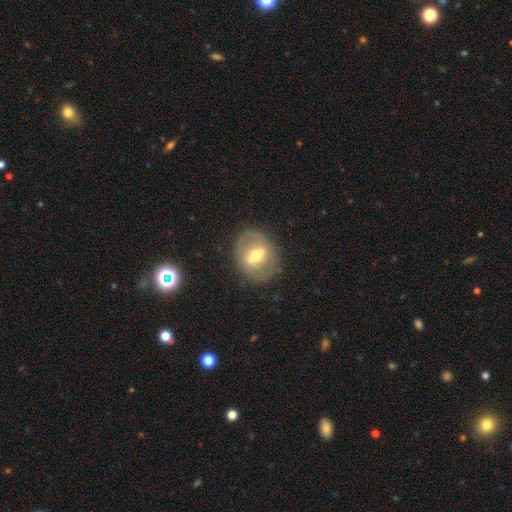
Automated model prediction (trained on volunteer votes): Smooth or featured?
  - featured or disk: 55% *
  - smooth: 38%
  - star or artifact: 8%
Edge-on disk?
  - no: 92% *
  - yes: 8%
Bar?
  - weak: 43% *
  - strong: 36%
  - no: 21%
Spiral arms?
  - no: 65% *
  - yes: 35%
Bulge size?
  - moderate: 71% *
  - small: 17%
  - large: 10%
  - dominant: 1%
  - none: 1%
Merging?
  - none: 81% *
  - minor disturbance: 12%
  - major disturbance: 6%
  - merger: 1%